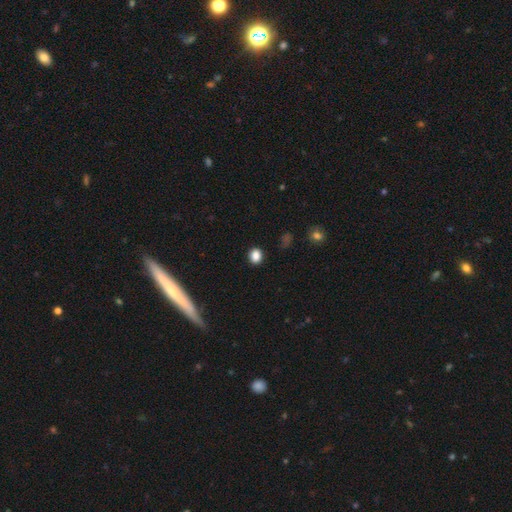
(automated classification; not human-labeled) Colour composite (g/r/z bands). It shows a smooth galaxy with no disk features (85%) that is round (63%). Merging: none (89%).